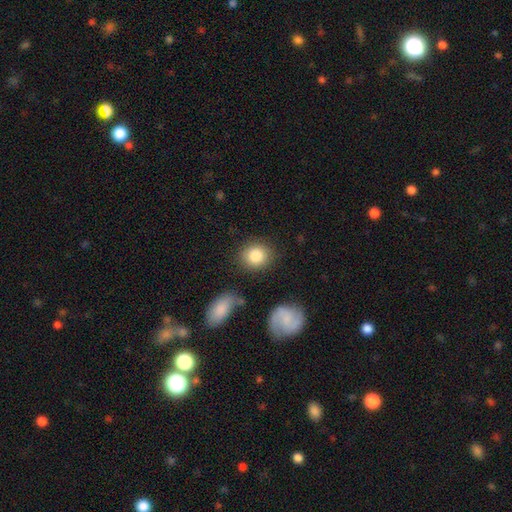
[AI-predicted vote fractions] Smooth or featured?
  - smooth: 85% *
  - featured or disk: 8%
  - star or artifact: 8%
How rounded?
  - round: 77% *
  - in between: 22%
  - cigar-shaped: 1%
Merging?
  - none: 82% *
  - minor disturbance: 10%
  - merger: 4%
  - major disturbance: 3%